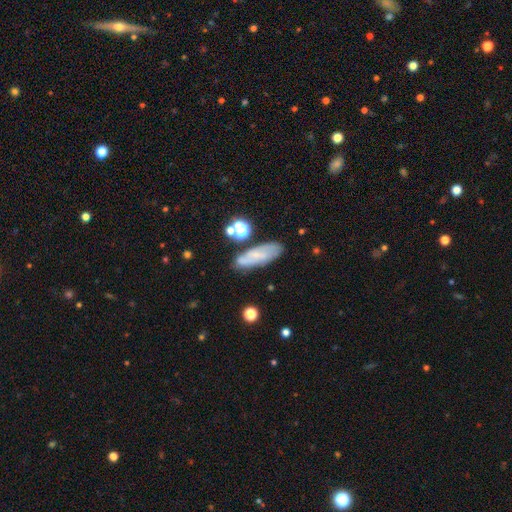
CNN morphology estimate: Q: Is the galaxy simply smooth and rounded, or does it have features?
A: smooth — 50%.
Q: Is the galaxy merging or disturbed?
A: none — 70%.